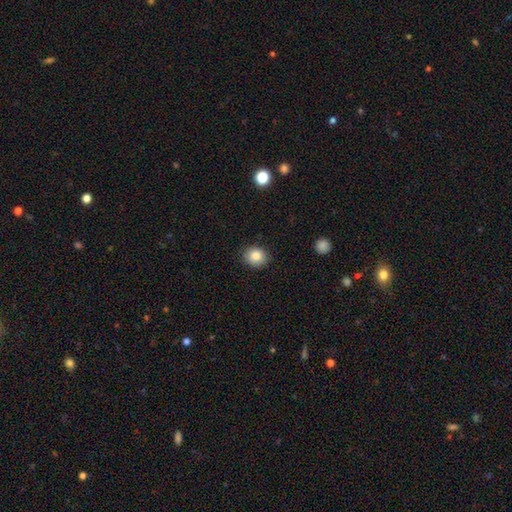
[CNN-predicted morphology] smooth-or-featured: smooth: 86% | star or artifact: 9% | featured or disk: 5%
  how-rounded: round: 79% | in between: 20% | cigar-shaped: 1%
  merging: none: 88% | minor disturbance: 9% | major disturbance: 2% | merger: 1%